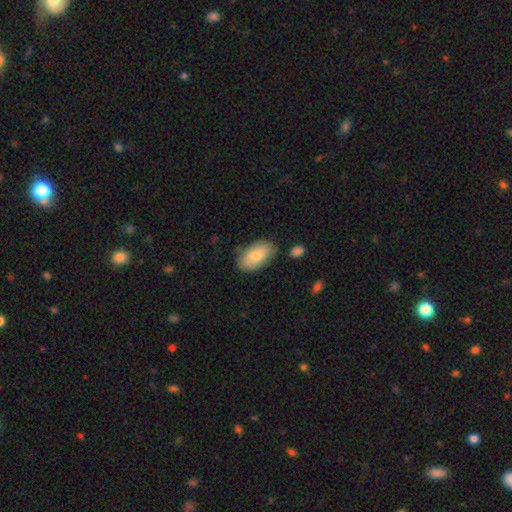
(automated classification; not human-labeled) Smooth or featured? Predicted: smooth (p=0.78). How rounded? Predicted: in between (p=0.95). Merging? Predicted: none (p=0.76).